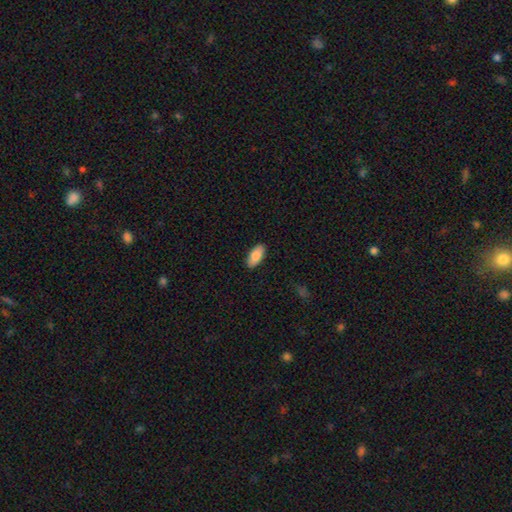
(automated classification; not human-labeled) Smooth or featured? Predicted: smooth (p=0.86). How rounded? Predicted: in between (p=0.90). Merging? Predicted: none (p=0.89).